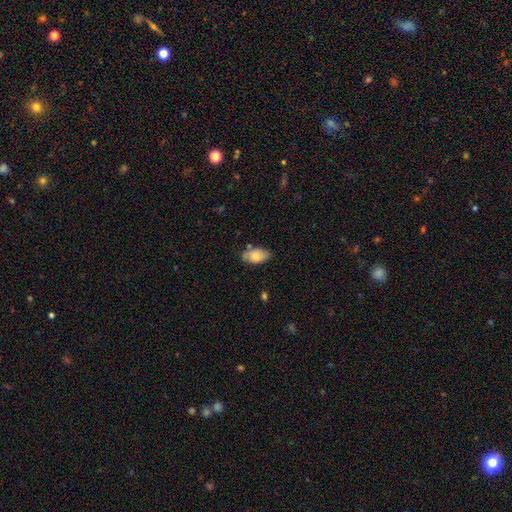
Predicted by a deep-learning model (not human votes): Morphology: type=smooth (79%); roundness=in between (94%); merging=none (75%).